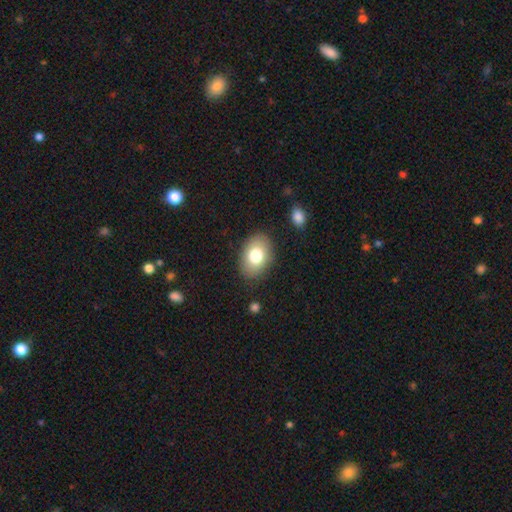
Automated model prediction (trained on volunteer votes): Overall: smooth (77%). How rounded: in between (82%). Merging: none (85%).